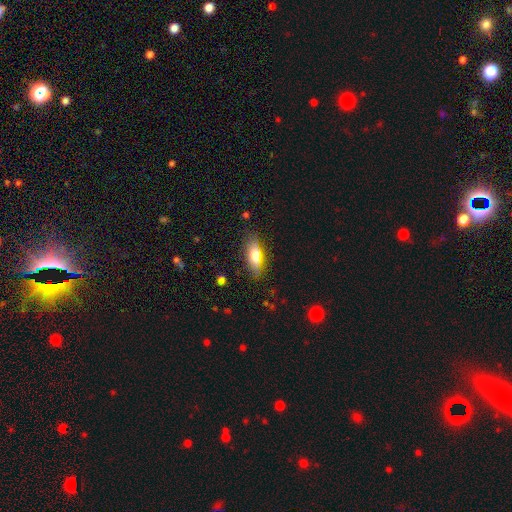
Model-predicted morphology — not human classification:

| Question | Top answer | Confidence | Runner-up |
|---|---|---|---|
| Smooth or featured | smooth | 58% | featured or disk (31%) |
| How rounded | in between | 64% | cigar-shaped (30%) |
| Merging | none | 82% | minor disturbance (13%) |